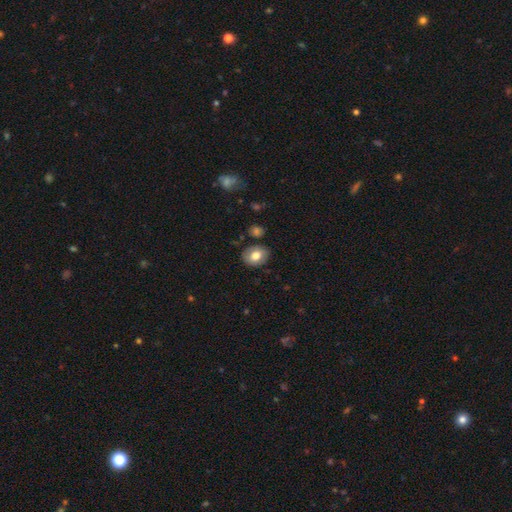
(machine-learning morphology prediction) Smooth or featured: smooth — 76% (featured or disk — 16%)
How rounded: in between — 57% (round — 43%)
Merging: none — 83% (minor disturbance — 11%)